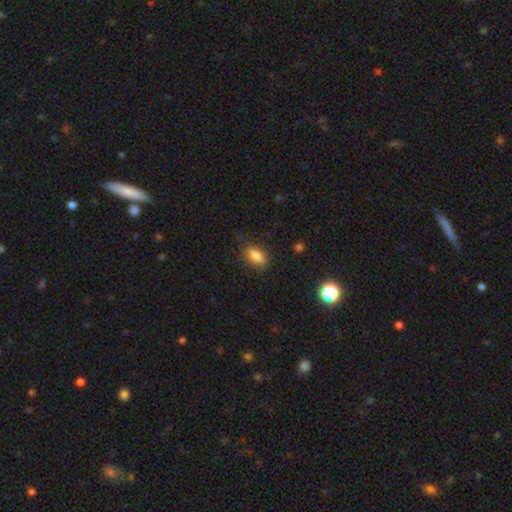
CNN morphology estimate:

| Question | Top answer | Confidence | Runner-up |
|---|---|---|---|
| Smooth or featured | smooth | 84% | star or artifact (9%) |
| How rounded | in between | 86% | cigar-shaped (8%) |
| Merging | none | 81% | minor disturbance (14%) |